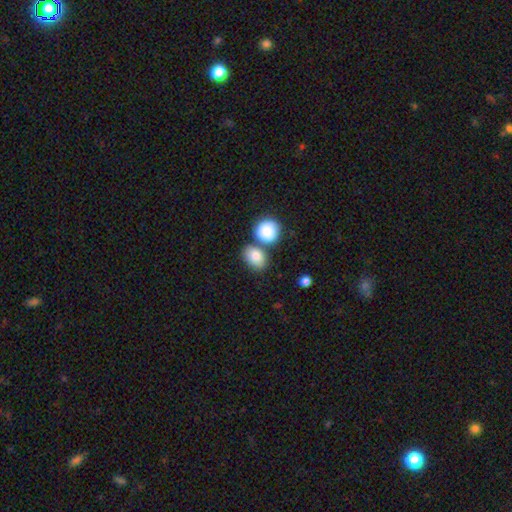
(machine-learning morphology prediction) A smooth galaxy with no disk features (84%) that is in between round and cigar-shaped (69%).

Vote fractions:
- Smooth or featured? smooth: 84% / featured or disk: 9% / star or artifact: 8%
- How rounded? in between: 69% / round: 30% / cigar-shaped: 1%
- Merging? none: 55% / merger: 30% / minor disturbance: 11% / major disturbance: 3%